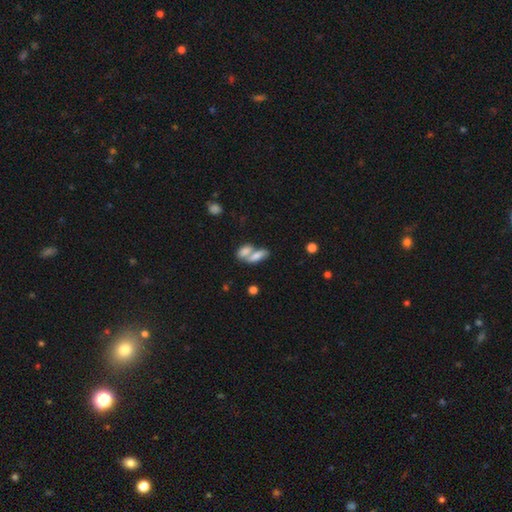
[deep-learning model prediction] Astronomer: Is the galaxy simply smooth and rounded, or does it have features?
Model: smooth — 71%.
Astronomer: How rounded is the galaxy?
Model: in between — 72%.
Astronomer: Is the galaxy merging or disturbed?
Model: merger — 63%.